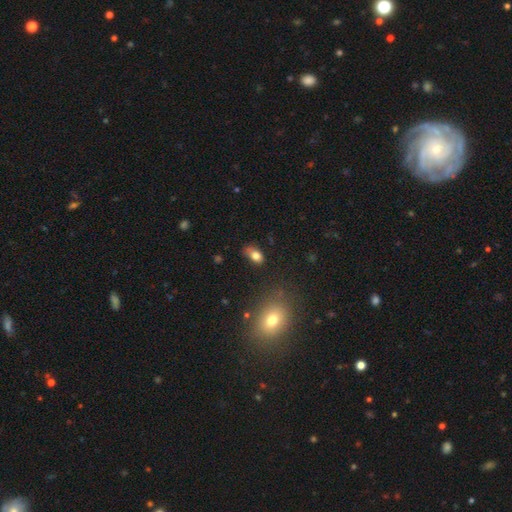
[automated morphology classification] The model was most divided on "merging": none: 57%, minor disturbance: 28%, major disturbance: 10%, merger: 5%. More confident: how rounded — in between (85%); smooth or featured — smooth (78%).